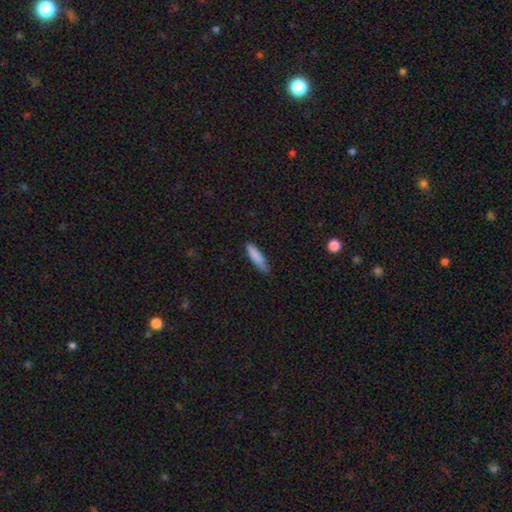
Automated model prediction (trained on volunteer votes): smooth-or-featured: smooth: 85% | featured or disk: 8% | star or artifact: 6%
  how-rounded: cigar-shaped: 67% | in between: 32% | round: 2%
  merging: none: 75% | minor disturbance: 21% | major disturbance: 3% | merger: 1%